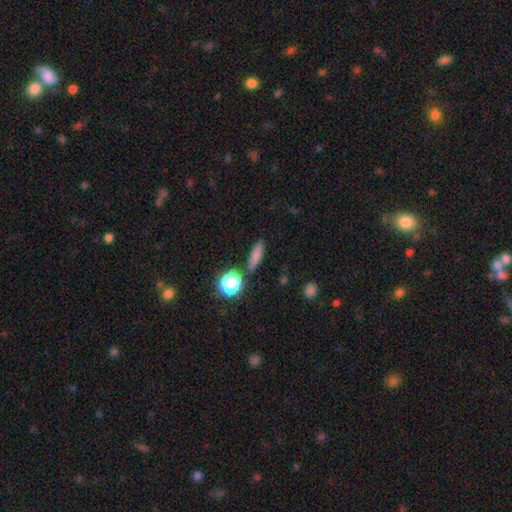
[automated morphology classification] Overall: smooth (75%). How rounded: cigar-shaped (56%; in between 29%). Merging: none (83%).